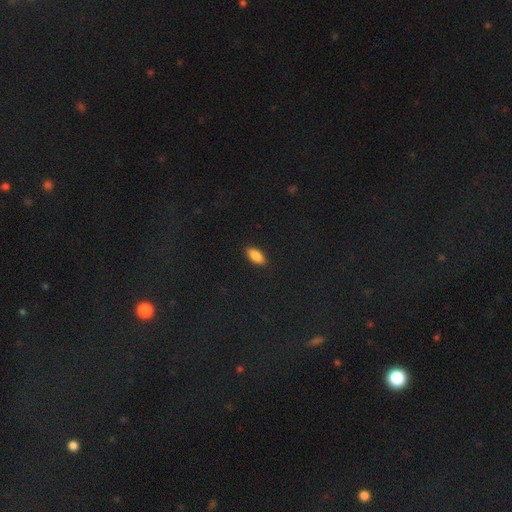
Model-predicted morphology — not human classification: The model was most divided on "how rounded": in between: 86%, cigar-shaped: 12%, round: 3%. More confident: merging — none (89%); smooth or featured — smooth (86%).